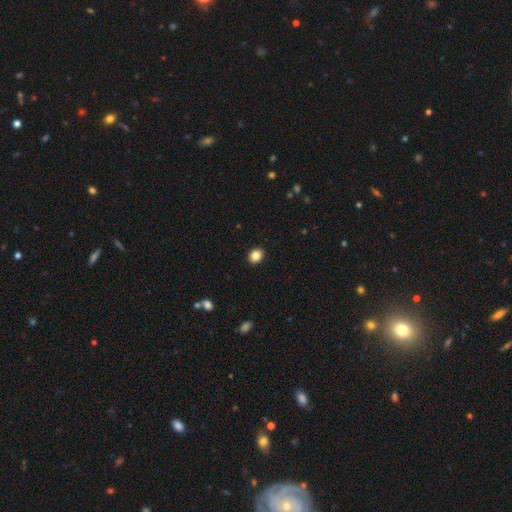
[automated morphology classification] type=smooth (84%); roundness=round (59%); merging=none (91%).